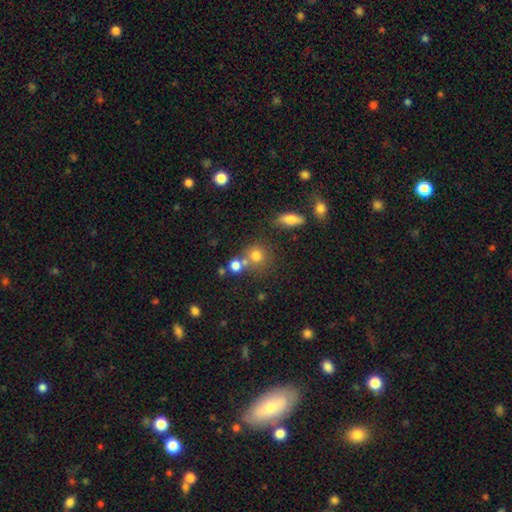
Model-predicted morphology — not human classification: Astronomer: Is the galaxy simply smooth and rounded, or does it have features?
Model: smooth — 70%.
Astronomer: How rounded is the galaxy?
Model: round — 84%.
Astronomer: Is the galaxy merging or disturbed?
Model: none — 57%.